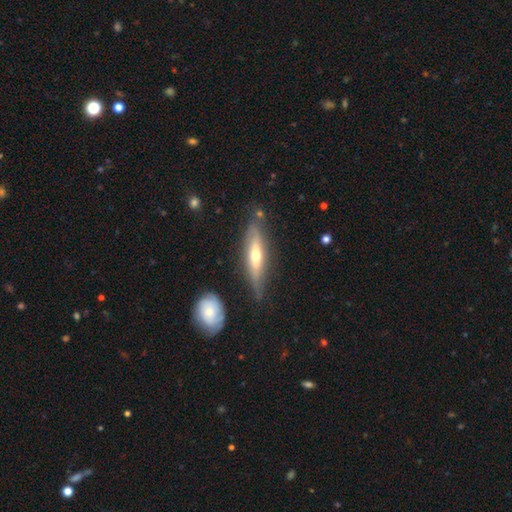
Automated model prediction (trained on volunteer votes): Q: Smooth or featured?
A: featured or disk (56%); runner-up: smooth (38%)
Q: Edge-on disk?
A: yes (77%); runner-up: no (23%)
Q: Merging?
A: none (71%); runner-up: minor disturbance (19%)